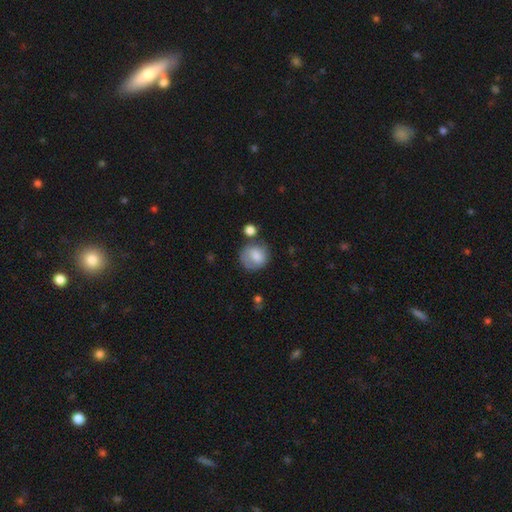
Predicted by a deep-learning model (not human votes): The model was most divided on "merging": none: 57%, minor disturbance: 23%, major disturbance: 10%, merger: 9%. More confident: how rounded — round (79%); smooth or featured — smooth (71%).